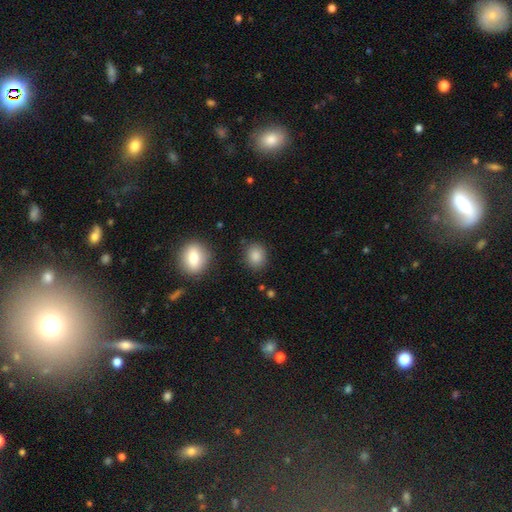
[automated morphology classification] smooth_or_featured: smooth (p=0.85) [alt: star or artifact p=0.10]
how_rounded: round (p=0.62) [alt: in between p=0.36]
merging: none (p=0.84) [alt: minor disturbance p=0.10]